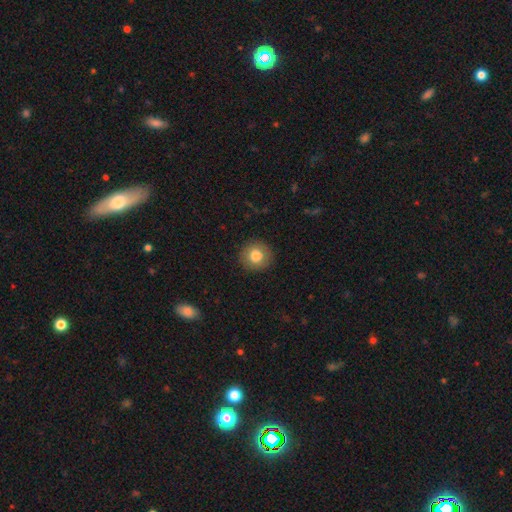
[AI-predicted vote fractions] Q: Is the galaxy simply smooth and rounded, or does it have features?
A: smooth — 81%.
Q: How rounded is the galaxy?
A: round — 91%.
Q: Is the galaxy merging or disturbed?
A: none — 90%.